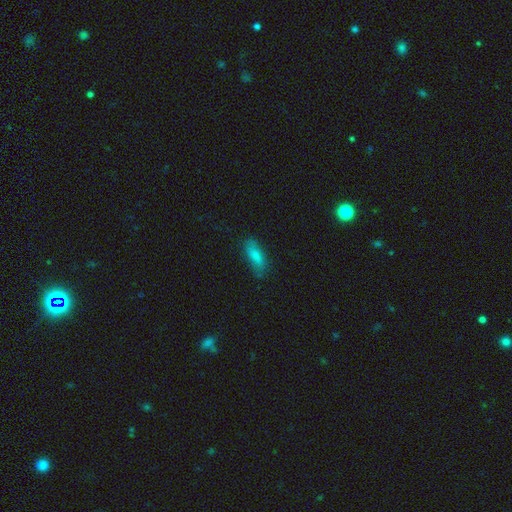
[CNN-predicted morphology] smooth 78%, featured or disk 15%, star or artifact 8%. Down the decision tree: how rounded — in between (74%); merging — none (72%).